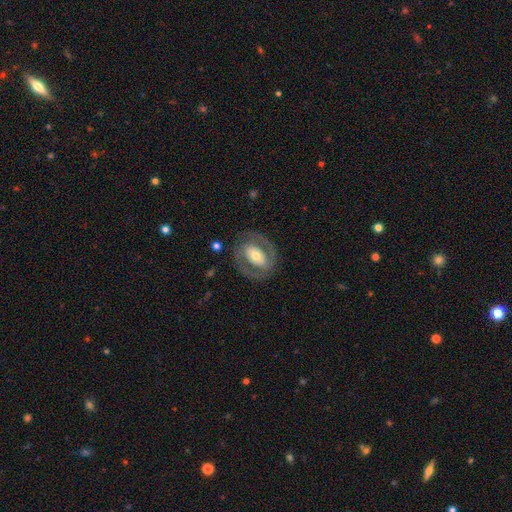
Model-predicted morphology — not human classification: smooth-or-featured: featured or disk: 71% | smooth: 24% | star or artifact: 5%
  disk-edge-on: no: 95% | yes: 5%
    bar: no: 39% | strong: 31% | weak: 29%
    has-spiral-arms: yes: 60% | no: 40%
    bulge-size: moderate: 65% | small: 18% | large: 14% | dominant: 2% | none: 1%
  merging: none: 79% | minor disturbance: 12% | major disturbance: 8% | merger: 1%